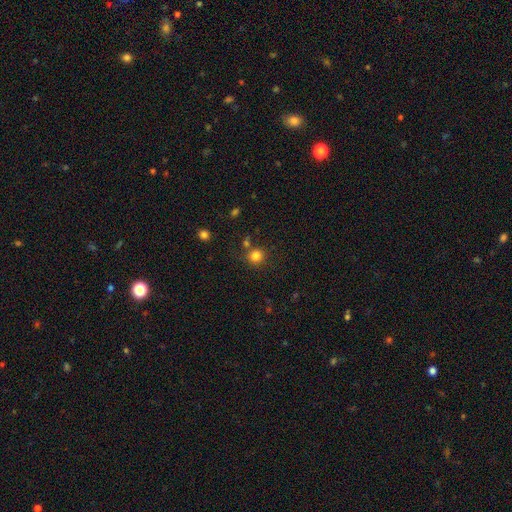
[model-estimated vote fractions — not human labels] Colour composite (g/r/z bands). It shows a smooth galaxy with no disk features (81%) that is round (90%). Merging: none (76%).